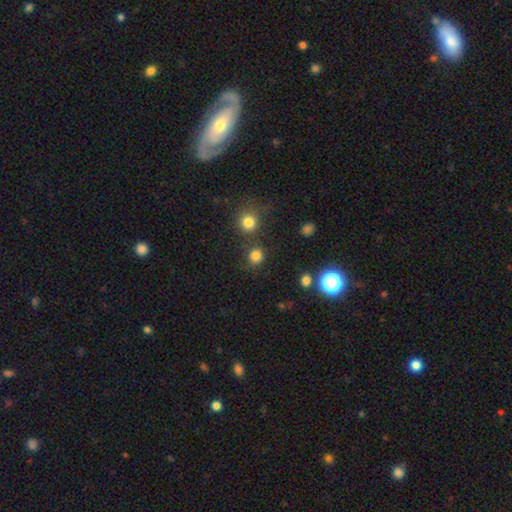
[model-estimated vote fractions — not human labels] Smooth or featured: smooth — 80% (star or artifact — 16%)
How rounded: round — 86% (in between — 13%)
Merging: none — 73% (minor disturbance — 11%)